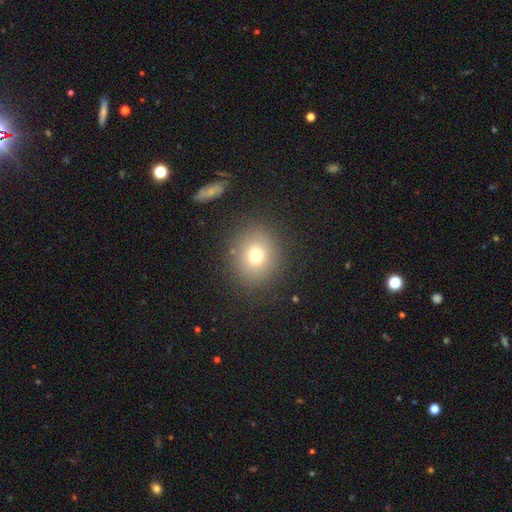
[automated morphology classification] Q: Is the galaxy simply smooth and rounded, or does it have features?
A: smooth — 73%.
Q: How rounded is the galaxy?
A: round — 81%.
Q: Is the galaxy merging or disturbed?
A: none — 86%.